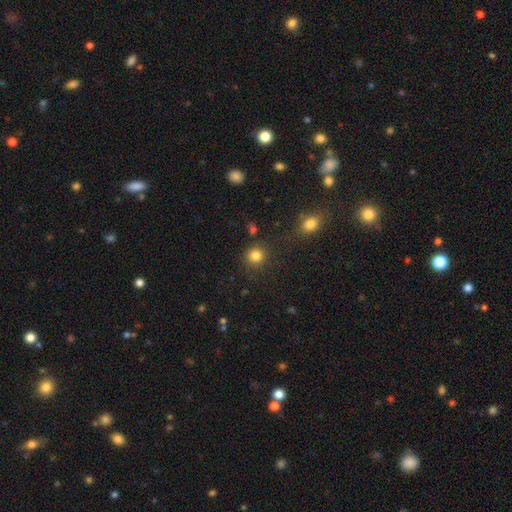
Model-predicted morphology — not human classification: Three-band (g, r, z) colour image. It shows a smooth galaxy with no disk features (83%) that is round (90%). Merging: none (83%).